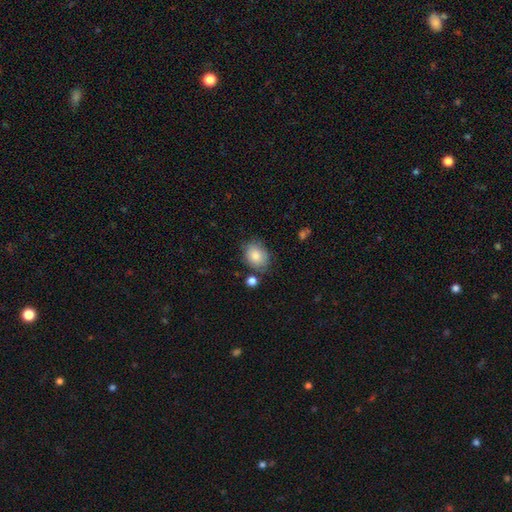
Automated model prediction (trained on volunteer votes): Smooth or featured: smooth — 84% (featured or disk — 9%)
How rounded: in between — 64% (round — 35%)
Merging: none — 73% (minor disturbance — 18%)